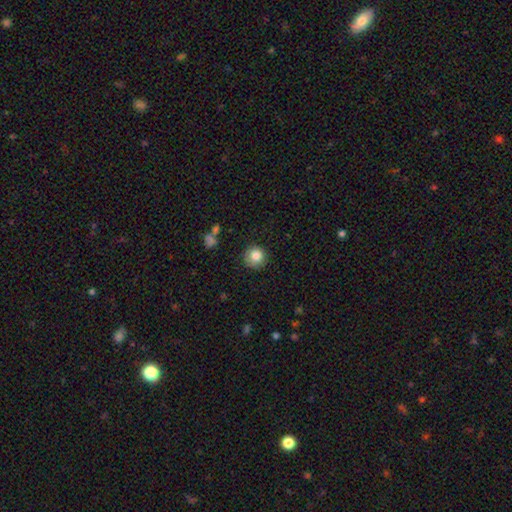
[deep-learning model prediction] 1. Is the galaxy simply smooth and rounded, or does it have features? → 83% smooth, 10% star or artifact, 7% featured or disk.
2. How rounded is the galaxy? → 93% round, 6% in between, 1% cigar-shaped.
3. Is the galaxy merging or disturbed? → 84% none, 11% minor disturbance, 3% major disturbance, 1% merger.